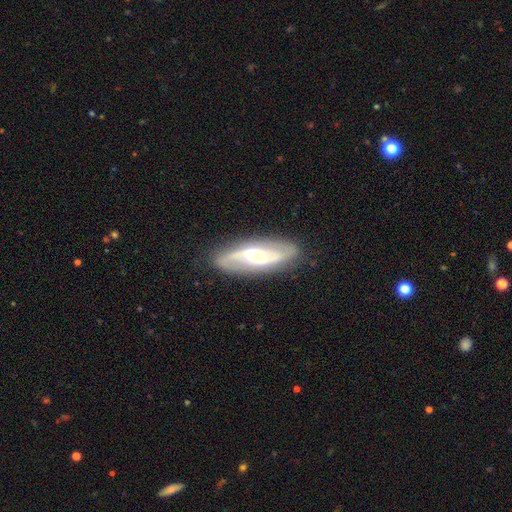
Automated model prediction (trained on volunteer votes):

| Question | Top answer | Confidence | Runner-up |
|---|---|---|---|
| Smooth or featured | featured or disk | 80% | smooth (15%) |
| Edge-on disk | no | 89% | yes (11%) |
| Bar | weak | 44% | strong (35%) |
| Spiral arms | yes | 91% | no (9%) |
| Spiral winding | loose | 43% | medium (41%) |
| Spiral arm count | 2 | 88% | can't tell (6%) |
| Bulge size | moderate | 57% | large (19%) |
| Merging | none | 83% | minor disturbance (12%) |